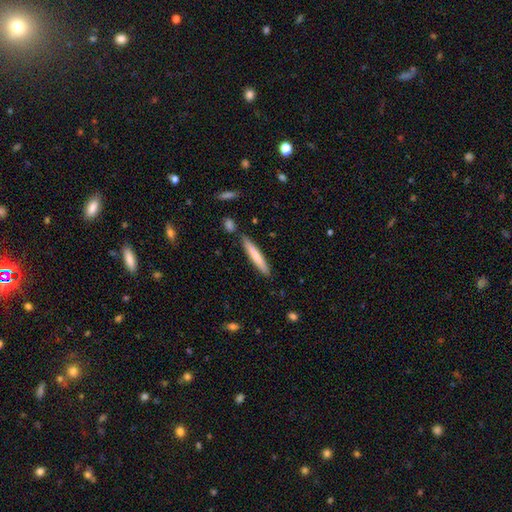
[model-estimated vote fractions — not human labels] Q: Smooth or featured?
A: smooth (70%); runner-up: featured or disk (25%)
Q: How rounded?
A: cigar-shaped (93%); runner-up: in between (6%)
Q: Merging?
A: none (85%); runner-up: minor disturbance (10%)